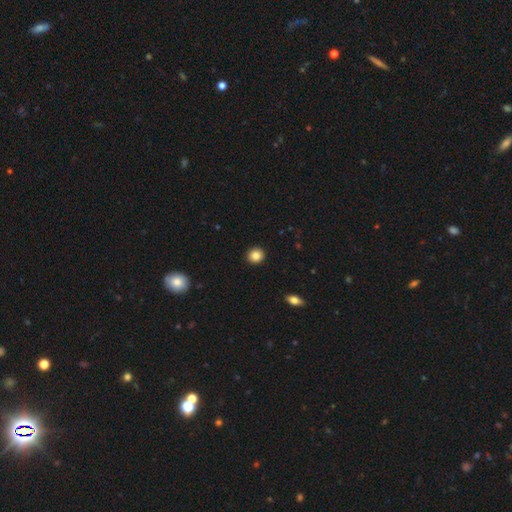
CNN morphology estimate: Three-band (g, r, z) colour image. It shows a smooth galaxy with no disk features (85%) that is round (89%). Merging: none (93%).